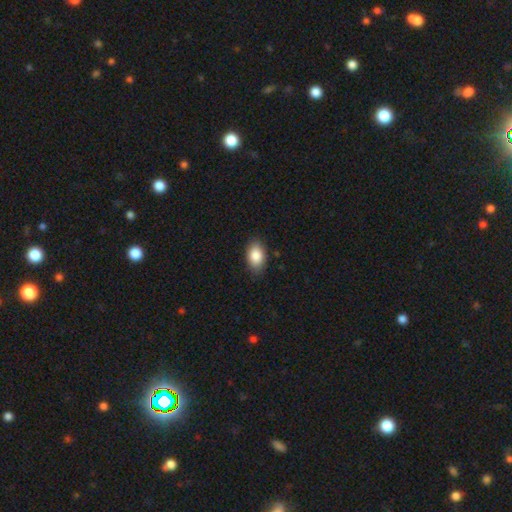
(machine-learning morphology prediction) type=smooth (86%); roundness=in between (90%); merging=none (85%).